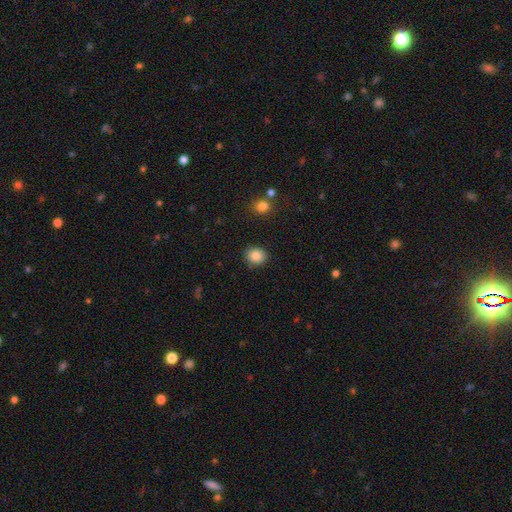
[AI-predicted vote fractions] smooth-or-featured: smooth: 83% | star or artifact: 10% | featured or disk: 7%
  how-rounded: round: 80% | in between: 19% | cigar-shaped: 1%
  merging: none: 88% | minor disturbance: 8% | major disturbance: 2% | merger: 2%